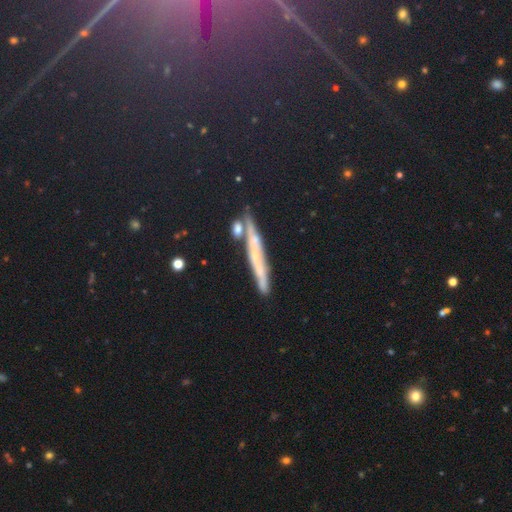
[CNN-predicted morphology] smooth-or-featured: featured or disk: 36% | smooth: 33% | star or artifact: 31%
  merging: none: 76% | minor disturbance: 14% | merger: 5% | major disturbance: 4%